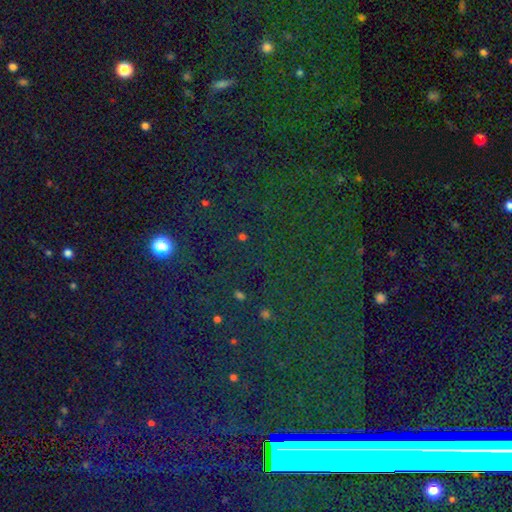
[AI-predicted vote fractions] smooth-or-featured: star or artifact: 78% | smooth: 14% | featured or disk: 8%